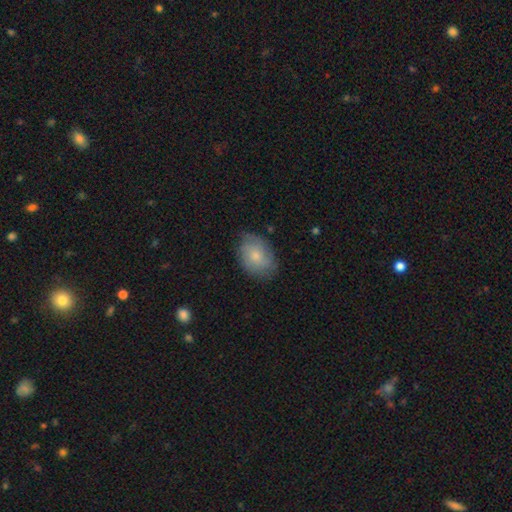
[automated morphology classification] Overall: smooth (56%; featured or disk 36%). How rounded: in between (75%). Merging: none (71%).